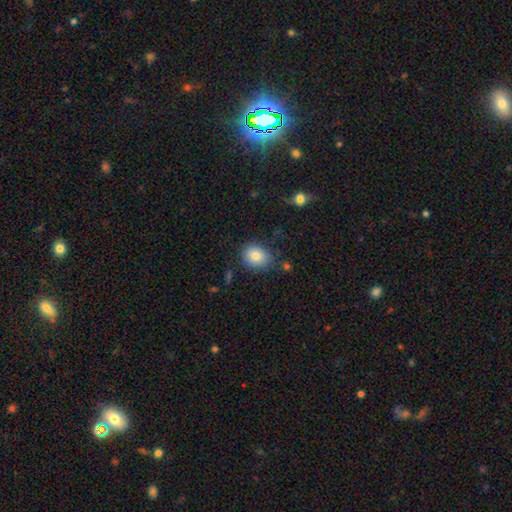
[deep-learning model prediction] A smooth galaxy with no disk features (82%) that is in between round and cigar-shaped (53%).

Vote fractions:
- Smooth or featured? smooth: 82% / featured or disk: 9% / star or artifact: 9%
- How rounded? in between: 53% / round: 46% / cigar-shaped: 1%
- Merging? none: 76% / minor disturbance: 17% / major disturbance: 4% / merger: 3%